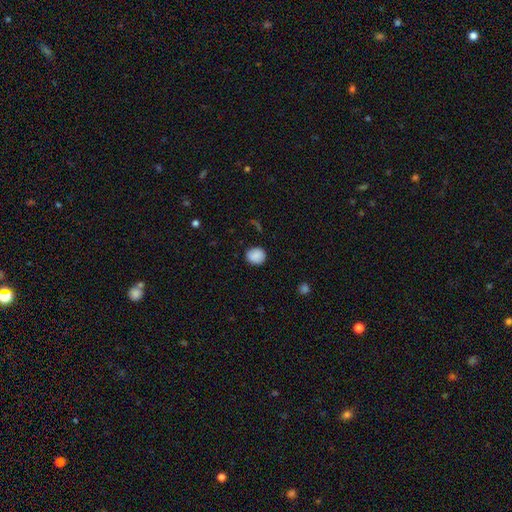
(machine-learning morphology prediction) Smooth or featured? smooth (88%)
How rounded? round (80%)
Merging? none (85%)